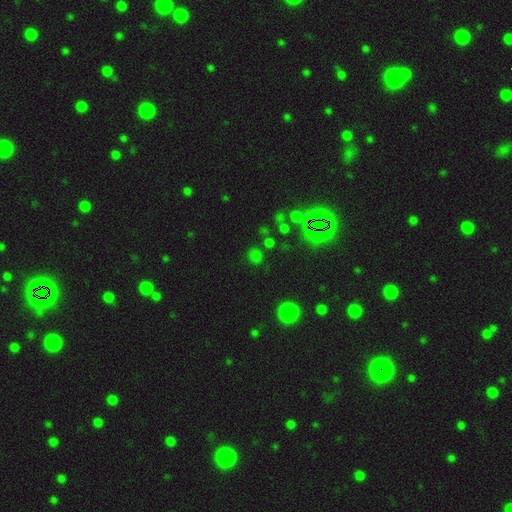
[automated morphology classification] Q: Smooth or featured?
A: smooth (48%); runner-up: star or artifact (45%)
Q: Merging?
A: none (76%); runner-up: minor disturbance (11%)